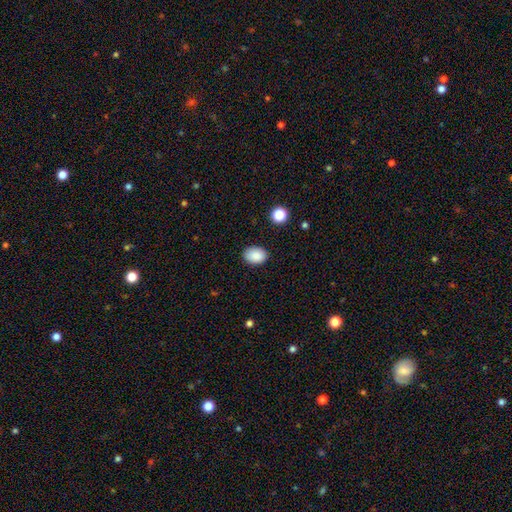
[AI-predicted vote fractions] Smooth or featured? smooth (88%)
How rounded? in between (77%)
Merging? none (87%)